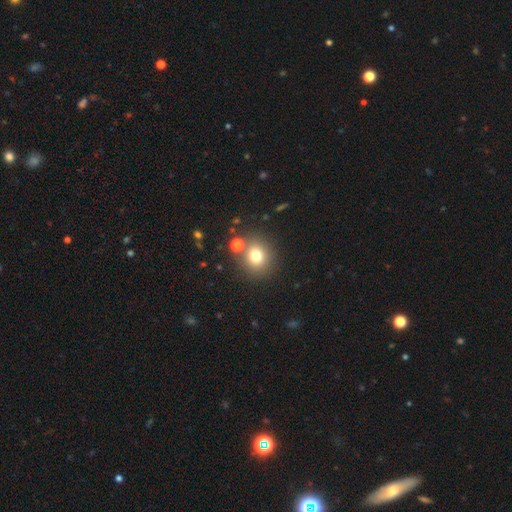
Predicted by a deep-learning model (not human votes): smooth-or-featured: smooth: 75% | star or artifact: 15% | featured or disk: 10%
  how-rounded: round: 84% | in between: 15% | cigar-shaped: 1%
  merging: none: 78% | merger: 10% | minor disturbance: 8% | major disturbance: 4%